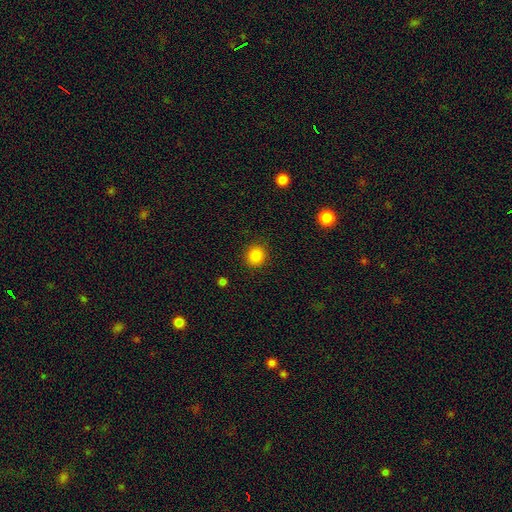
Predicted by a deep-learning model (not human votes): Overall: smooth (85%). How rounded: round (87%). Merging: none (90%).